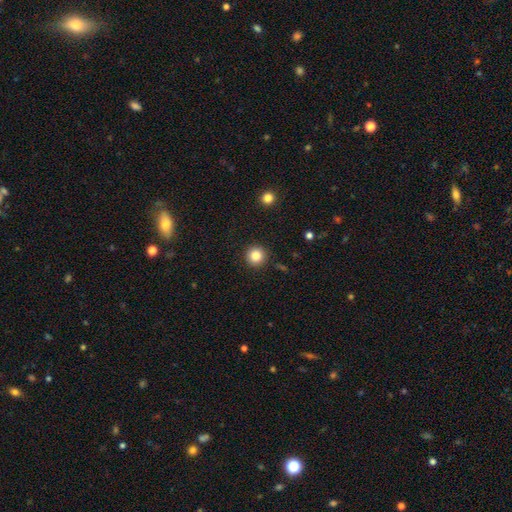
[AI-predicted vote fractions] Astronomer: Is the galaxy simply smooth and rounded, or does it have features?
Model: smooth — 84%.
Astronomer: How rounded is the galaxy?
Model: round — 95%.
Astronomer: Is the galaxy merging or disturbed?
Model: none — 92%.